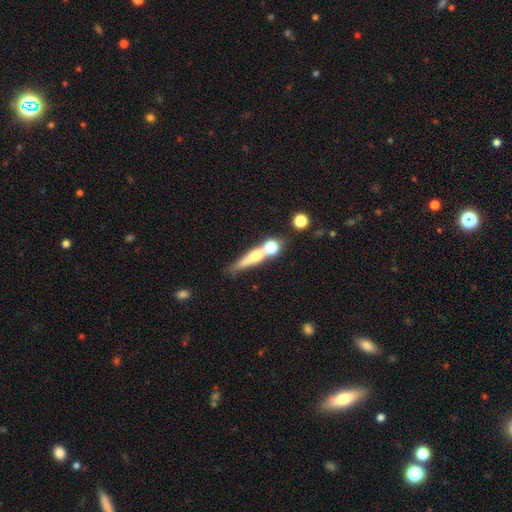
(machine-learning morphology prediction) Smooth or featured: featured or disk — 45% (smooth — 44%)
Merging: none — 54% (merger — 28%)